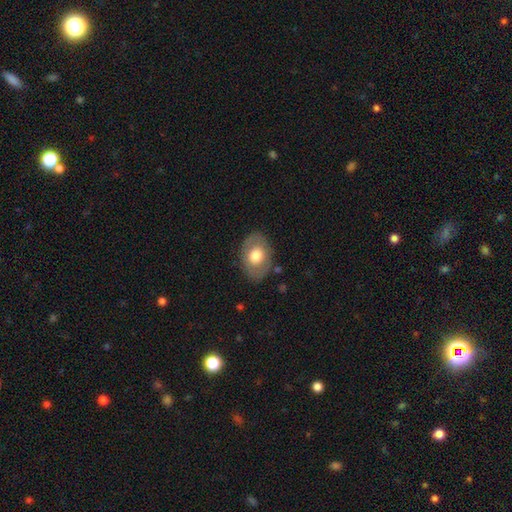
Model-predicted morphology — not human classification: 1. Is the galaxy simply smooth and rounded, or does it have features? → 60% smooth, 34% featured or disk, 6% star or artifact.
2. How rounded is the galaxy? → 78% in between, 21% round, 1% cigar-shaped.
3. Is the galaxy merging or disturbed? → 82% none, 13% minor disturbance, 4% major disturbance, 1% merger.